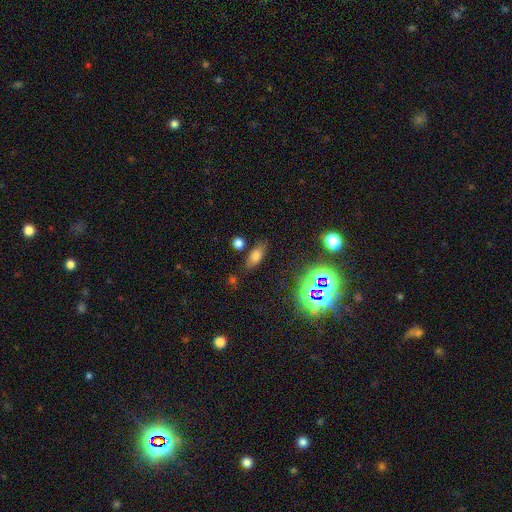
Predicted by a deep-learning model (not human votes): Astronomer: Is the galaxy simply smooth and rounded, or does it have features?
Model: smooth — 67%.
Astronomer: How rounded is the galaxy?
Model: in between — 78%.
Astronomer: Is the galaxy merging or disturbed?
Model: none — 76%.